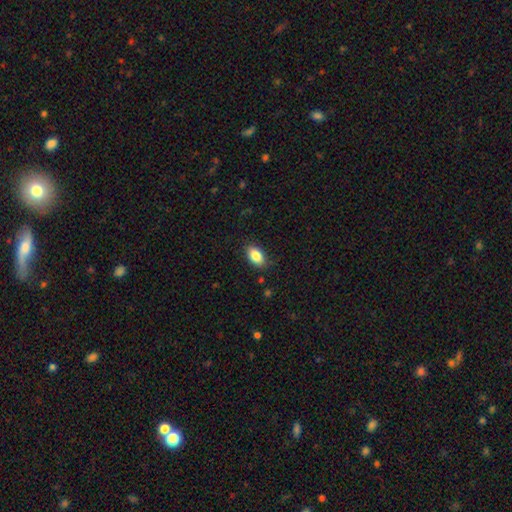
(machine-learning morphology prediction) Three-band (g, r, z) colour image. It shows a smooth galaxy with no disk features (86%) that is in between round and cigar-shaped (91%). Merging: none (85%).